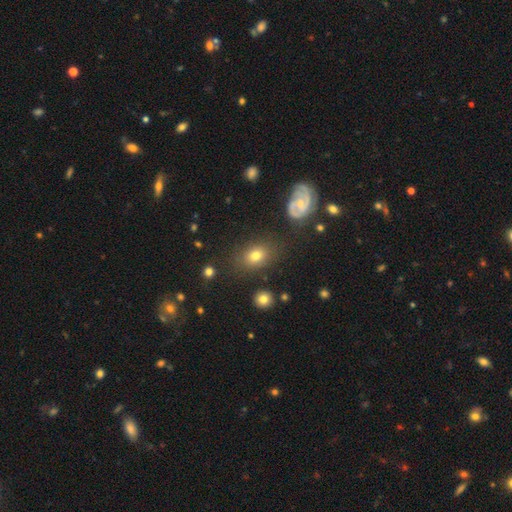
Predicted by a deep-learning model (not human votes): Smooth or featured?
  - smooth: 71% *
  - featured or disk: 16%
  - star or artifact: 13%
How rounded?
  - in between: 69% *
  - round: 30%
  - cigar-shaped: 2%
Merging?
  - none: 78% *
  - minor disturbance: 13%
  - major disturbance: 5%
  - merger: 4%